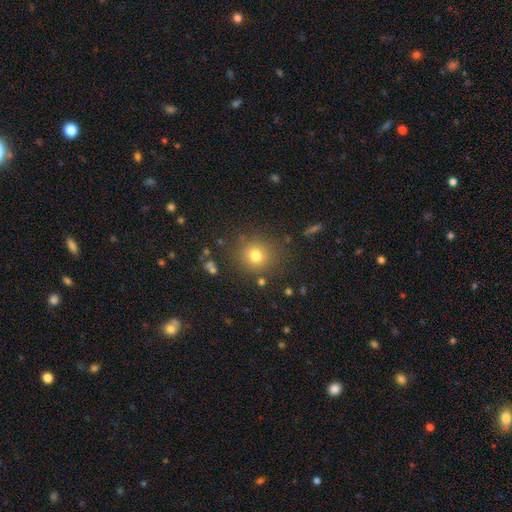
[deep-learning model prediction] Overall: smooth (75%). How rounded: round (89%). Merging: none (84%).